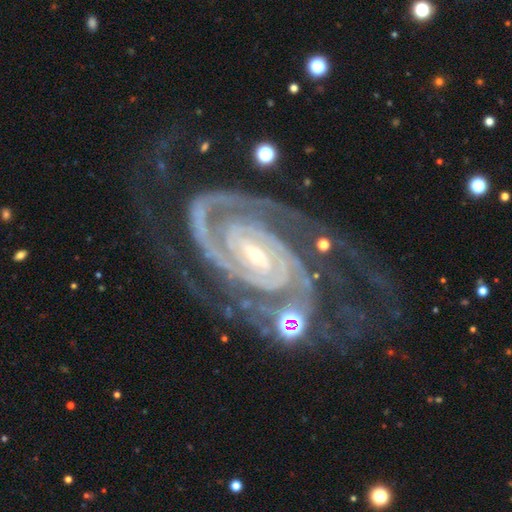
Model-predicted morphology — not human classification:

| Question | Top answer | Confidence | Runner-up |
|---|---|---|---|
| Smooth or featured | featured or disk | 94% | star or artifact (4%) |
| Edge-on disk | no | 97% | yes (3%) |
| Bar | weak | 38% | strong (35%) |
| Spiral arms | yes | 99% | no (1%) |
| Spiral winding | tight | 75% | medium (22%) |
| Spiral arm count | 2 | 78% | 3 (8%) |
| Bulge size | small | 71% | moderate (24%) |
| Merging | none | 58% | minor disturbance (20%) |